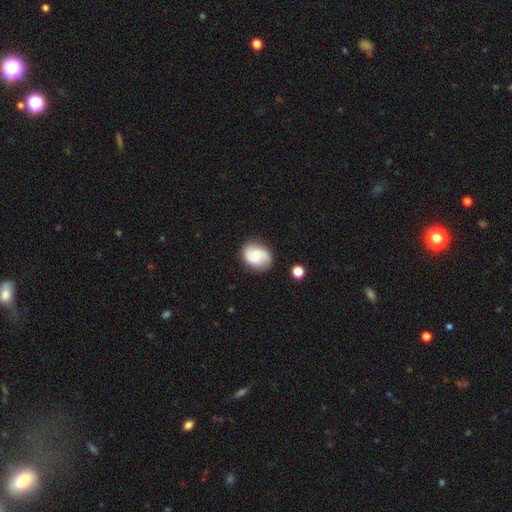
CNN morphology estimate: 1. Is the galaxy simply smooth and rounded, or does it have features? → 53% featured or disk, 39% smooth, 8% star or artifact.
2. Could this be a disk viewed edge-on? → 97% no, 3% yes.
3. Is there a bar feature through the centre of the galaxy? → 59% no, 34% weak, 6% strong.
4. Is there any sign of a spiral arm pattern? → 90% yes, 10% no.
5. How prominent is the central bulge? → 47% small, 37% moderate, 9% none, 5% large, 2% dominant.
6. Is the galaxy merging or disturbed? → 77% none, 16% minor disturbance, 5% major disturbance, 2% merger.